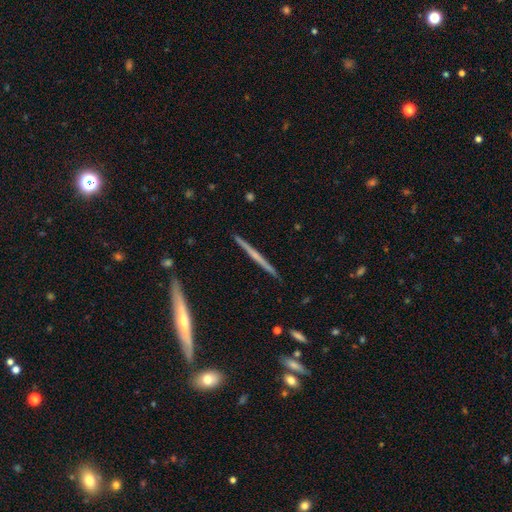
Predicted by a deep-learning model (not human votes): Q: Smooth or featured?
A: featured or disk (67%); runner-up: smooth (27%)
Q: Edge-on disk?
A: yes (98%); runner-up: no (2%)
Q: Edge-on bulge?
A: none (62%); runner-up: rounded (30%)
Q: Merging?
A: none (90%); runner-up: minor disturbance (7%)